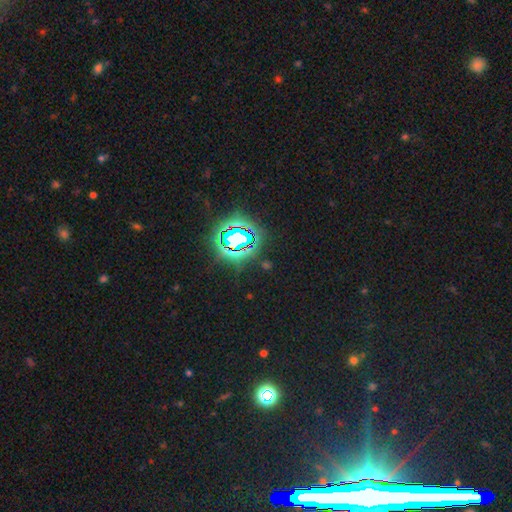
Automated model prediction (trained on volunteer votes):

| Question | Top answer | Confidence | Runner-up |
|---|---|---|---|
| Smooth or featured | star or artifact | 78% | smooth (14%) |